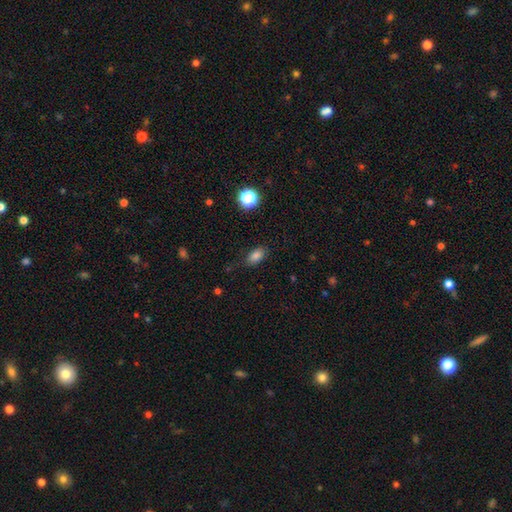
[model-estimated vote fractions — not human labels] Smooth or featured?
  - smooth: 82% *
  - star or artifact: 12%
  - featured or disk: 6%
How rounded?
  - in between: 88% *
  - round: 9%
  - cigar-shaped: 4%
Merging?
  - none: 78% *
  - minor disturbance: 16%
  - major disturbance: 4%
  - merger: 2%